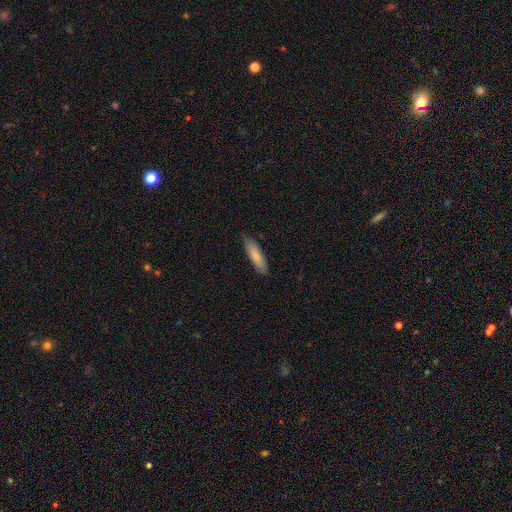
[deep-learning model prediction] This is clearly a smooth galaxy (81%). How rounded: likely cigar-shaped (64%). Merging: clearly none (85%).